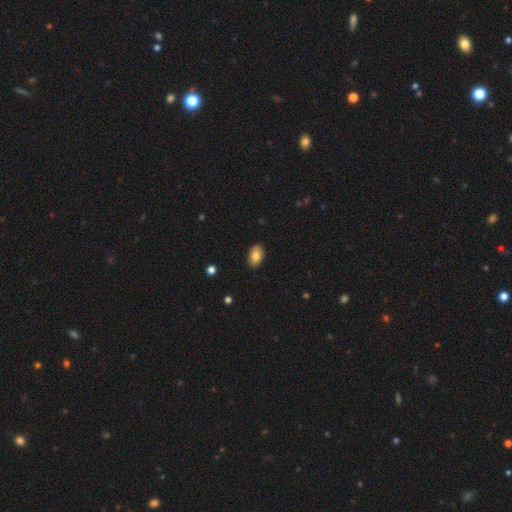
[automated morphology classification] Smooth or featured? smooth (83%)
How rounded? in between (91%)
Merging? none (88%)